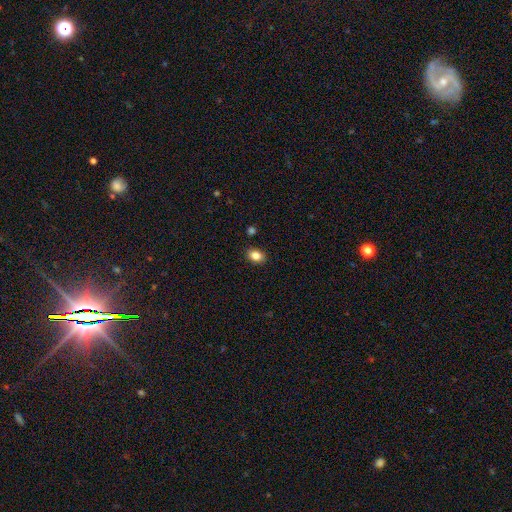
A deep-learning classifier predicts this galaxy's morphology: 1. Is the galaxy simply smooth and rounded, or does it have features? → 85% smooth, 9% star or artifact, 6% featured or disk.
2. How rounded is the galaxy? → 77% in between, 22% round, 1% cigar-shaped.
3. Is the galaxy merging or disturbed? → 88% none, 9% minor disturbance, 2% major disturbance, 2% merger.